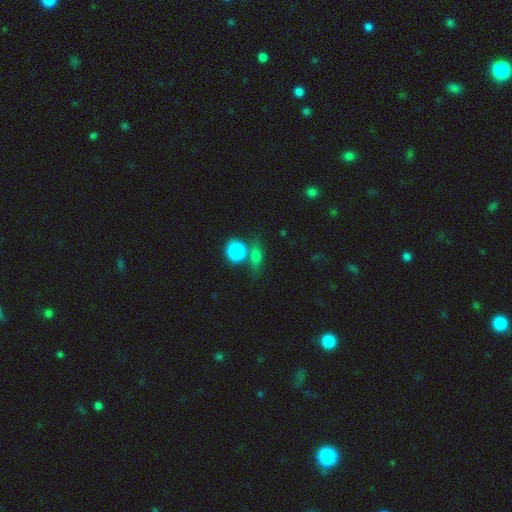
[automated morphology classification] smooth_or_featured: smooth (p=0.71) [alt: star or artifact p=0.16]
how_rounded: in between (p=0.43) [alt: round p=0.42]
merging: none (p=0.57) [alt: merger p=0.23]